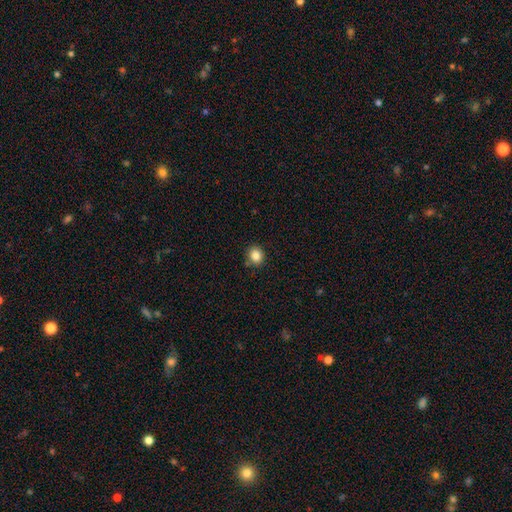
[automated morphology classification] Smooth or featured?
  - smooth: 84% *
  - star or artifact: 11%
  - featured or disk: 5%
How rounded?
  - round: 76% *
  - in between: 23%
  - cigar-shaped: 1%
Merging?
  - none: 85% *
  - minor disturbance: 9%
  - merger: 4%
  - major disturbance: 2%